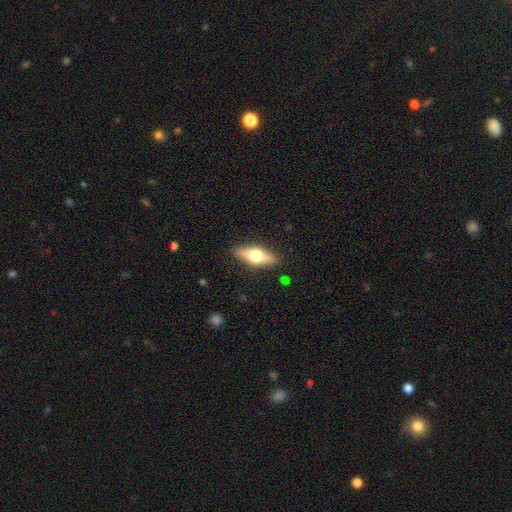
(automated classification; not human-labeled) The model was most divided on "smooth or featured": featured or disk: 50%, smooth: 43%, star or artifact: 6%. More confident: edge-on disk — yes (90%); merging — none (88%).